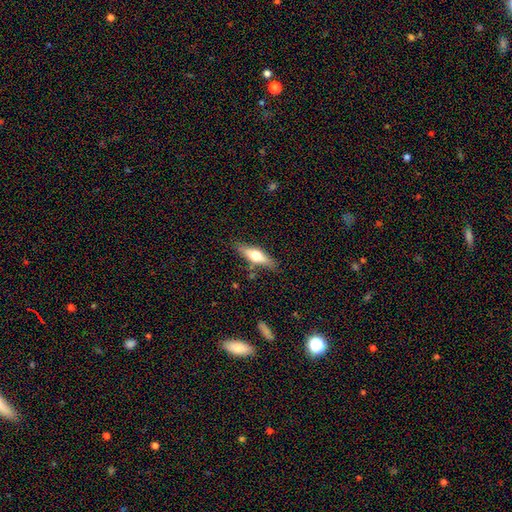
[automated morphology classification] smooth 48%, featured or disk 46%, star or artifact 6%. Down the decision tree: merging — none (82%).